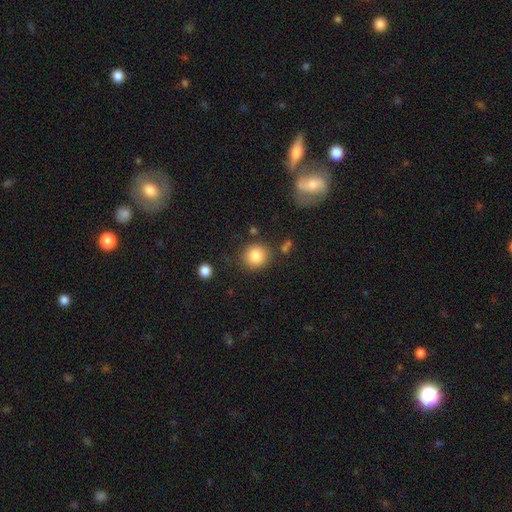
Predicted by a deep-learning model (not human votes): Smooth or featured? Predicted: smooth (p=0.84). How rounded? Predicted: round (p=0.87). Merging? Predicted: none (p=0.81).